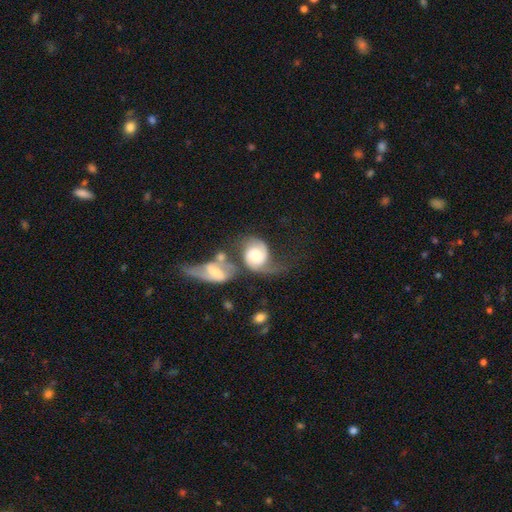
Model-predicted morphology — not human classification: Smooth or featured?
  - featured or disk: 74% *
  - smooth: 20%
  - star or artifact: 6%
Edge-on disk?
  - no: 97% *
  - yes: 3%
Bar?
  - no: 61% *
  - weak: 31%
  - strong: 8%
Spiral arms?
  - yes: 94% *
  - no: 6%
Spiral winding?
  - medium: 40% *
  - loose: 34%
  - tight: 25%
Spiral arm count?
  - 2: 78% *
  - 1: 13%
  - can't tell: 6%
  - 3: 2%
  - 4: 1%
  - more than 4: 1%
Bulge size?
  - moderate: 47% *
  - large: 27%
  - small: 16%
  - dominant: 5%
  - none: 5%
Merging?
  - merger: 45% *
  - none: 22%
  - major disturbance: 19%
  - minor disturbance: 13%